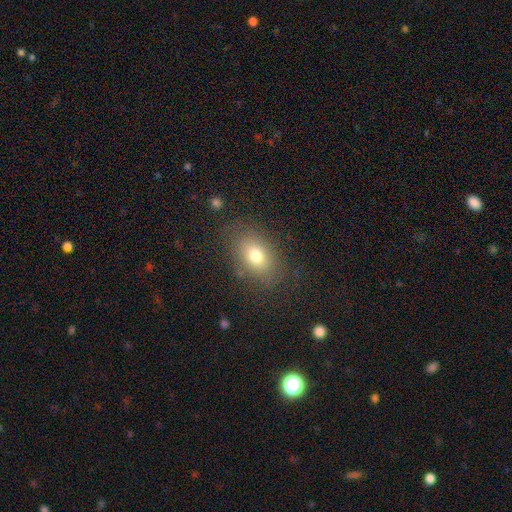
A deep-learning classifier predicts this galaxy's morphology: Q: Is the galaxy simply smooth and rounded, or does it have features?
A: smooth — 75%.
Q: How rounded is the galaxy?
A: in between — 79%.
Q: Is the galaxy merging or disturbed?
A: none — 80%.